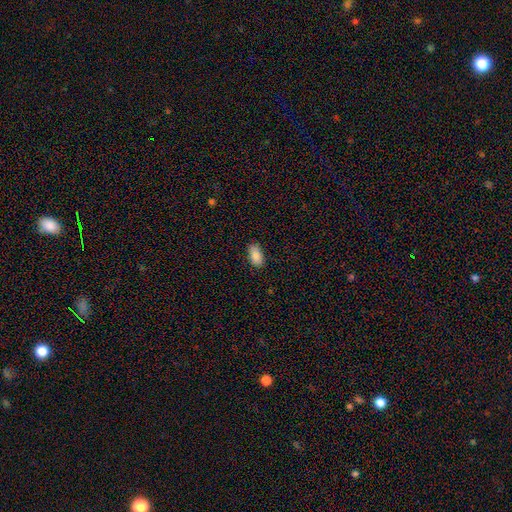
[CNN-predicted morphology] Smooth or featured?
  - smooth: 86% *
  - star or artifact: 7%
  - featured or disk: 6%
How rounded?
  - in between: 92% *
  - cigar-shaped: 4%
  - round: 4%
Merging?
  - none: 85% *
  - minor disturbance: 11%
  - major disturbance: 2%
  - merger: 1%